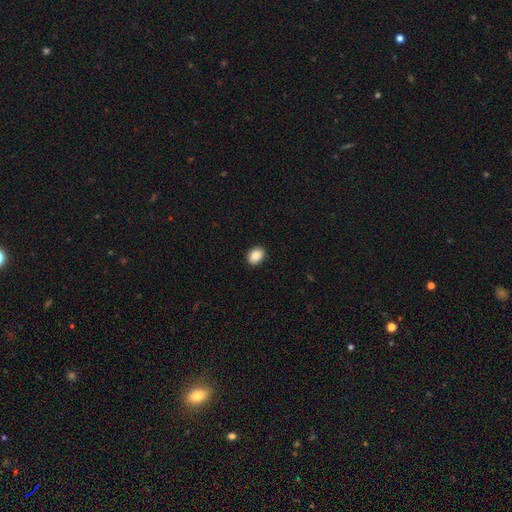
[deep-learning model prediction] A smooth galaxy with no disk features (88%) that is in between round and cigar-shaped (64%). Merging: none (91%).